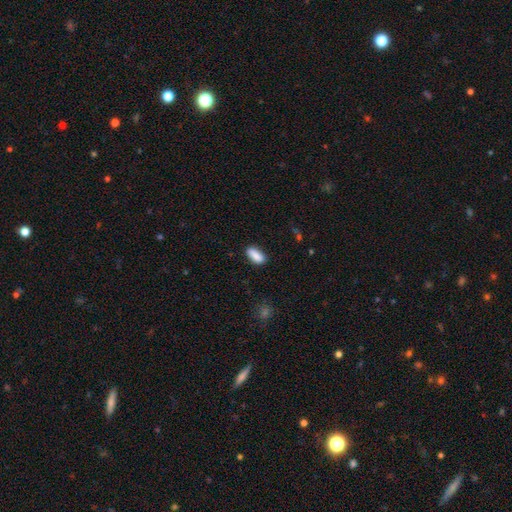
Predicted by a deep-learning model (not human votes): This is clearly a smooth galaxy (87%). How rounded: likely in between (78%). Merging: clearly none (81%).